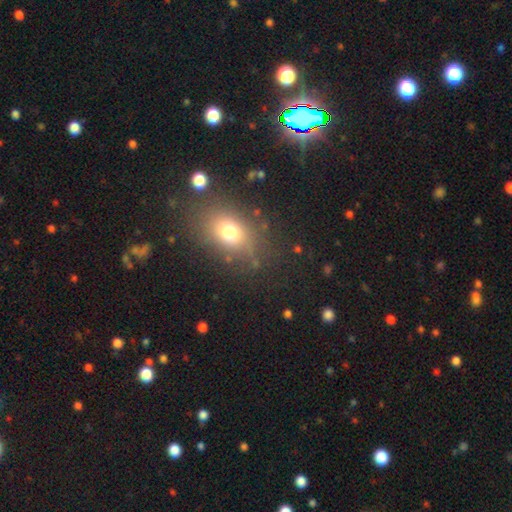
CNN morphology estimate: Smooth or featured? smooth (59%)
How rounded? in between (62%)
Merging? none (81%)